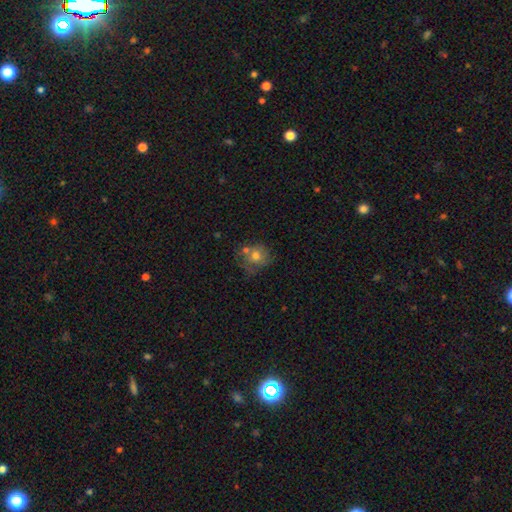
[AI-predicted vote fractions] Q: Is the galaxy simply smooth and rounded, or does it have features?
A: smooth — 64%.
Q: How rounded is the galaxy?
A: round — 78%.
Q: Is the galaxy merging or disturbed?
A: none — 44%.